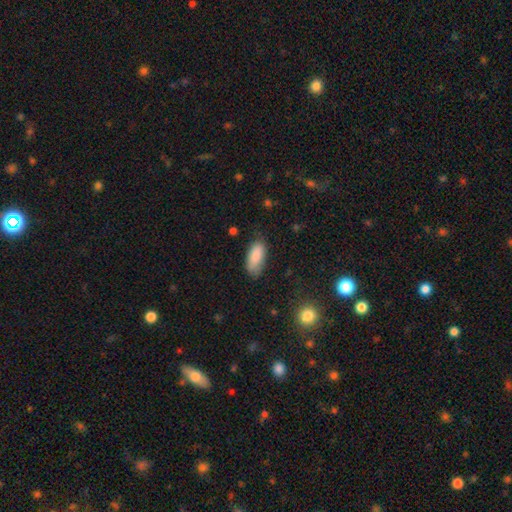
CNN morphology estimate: The model was most divided on "merging": none: 69%, minor disturbance: 24%, major disturbance: 6%, merger: 2%. More confident: smooth or featured — smooth (87%); how rounded — in between (84%).